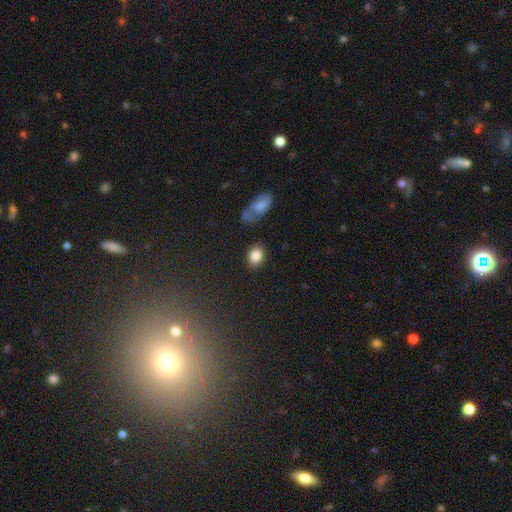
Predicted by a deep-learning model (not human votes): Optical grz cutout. It shows a smooth galaxy with no disk features (85%) that is in between round and cigar-shaped (64%). Merging: none (83%).